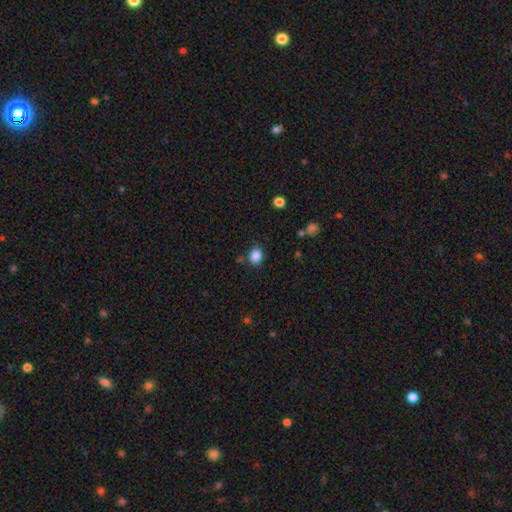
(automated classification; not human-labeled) A smooth galaxy with no disk features (86%) that is round (52%). Merging: none (77%).